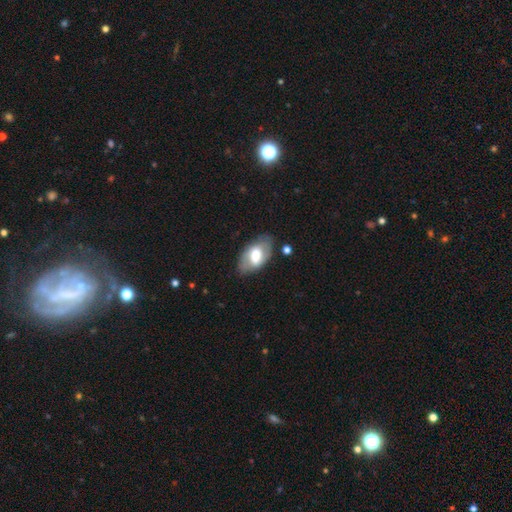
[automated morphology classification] Smooth or featured: smooth — 49% (featured or disk — 44%)
Merging: none — 74% (minor disturbance — 18%)